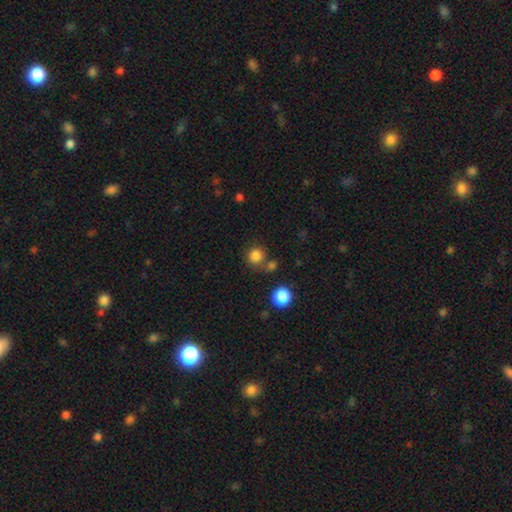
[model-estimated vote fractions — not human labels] Smooth or featured? Predicted: smooth (p=0.82). How rounded? Predicted: round (p=0.91). Merging? Predicted: none (p=0.70).